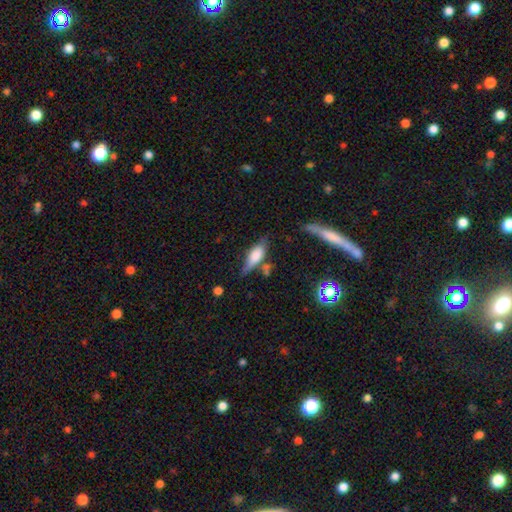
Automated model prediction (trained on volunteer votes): The model was most divided on "merging": none: 52%, minor disturbance: 28%, merger: 10%, major disturbance: 10%. More confident: smooth or featured — smooth (65%); how rounded — in between (64%).